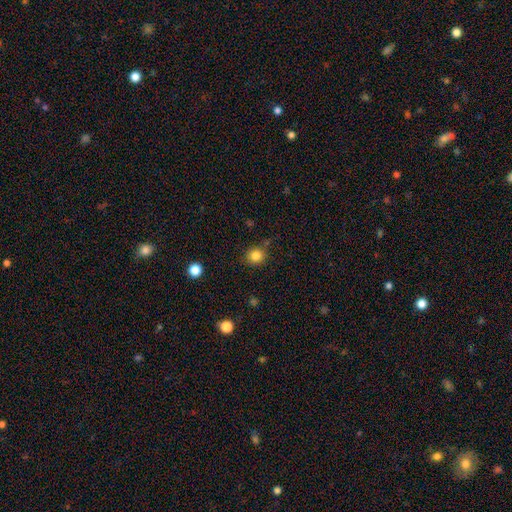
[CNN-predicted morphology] type=smooth (84%); roundness=round (85%); merging=none (82%).